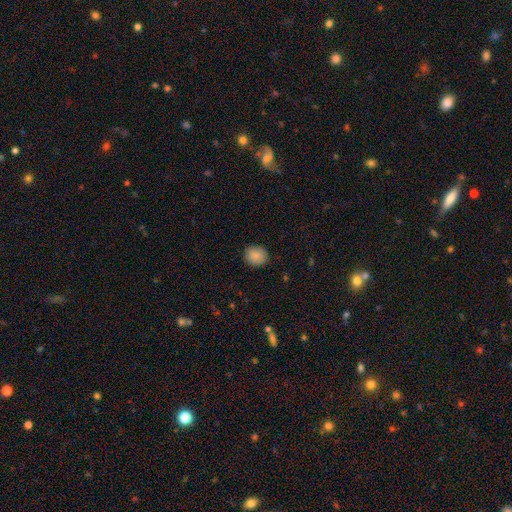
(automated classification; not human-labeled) The model was most divided on "how rounded": round: 82%, in between: 17%, cigar-shaped: 1%. More confident: merging — none (89%); smooth or featured — smooth (88%).